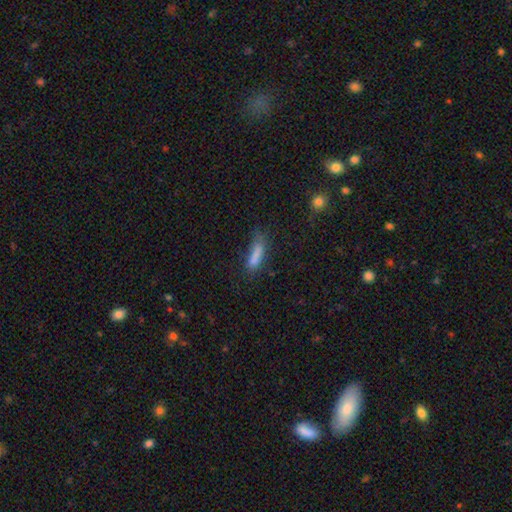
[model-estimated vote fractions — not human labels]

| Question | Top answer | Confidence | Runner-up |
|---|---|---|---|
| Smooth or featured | smooth | 77% | featured or disk (12%) |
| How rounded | cigar-shaped | 64% | in between (34%) |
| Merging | none | 51% | minor disturbance (27%) |